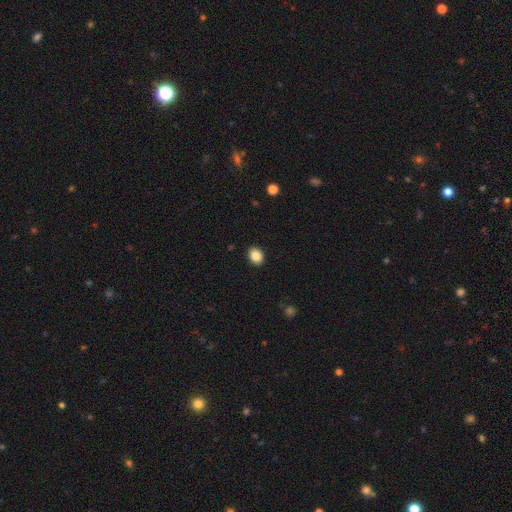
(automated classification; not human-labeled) Smooth or featured?
  - smooth: 87% *
  - star or artifact: 9%
  - featured or disk: 5%
How rounded?
  - in between: 61% *
  - round: 38%
  - cigar-shaped: 1%
Merging?
  - none: 91% *
  - minor disturbance: 7%
  - major disturbance: 2%
  - merger: 1%